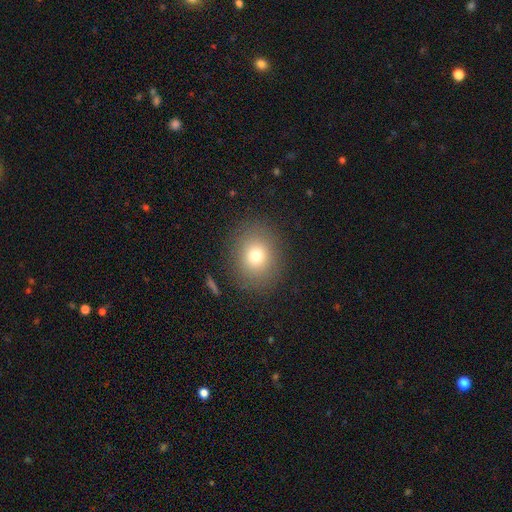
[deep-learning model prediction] Smooth or featured?
  - smooth: 76% *
  - star or artifact: 13%
  - featured or disk: 11%
How rounded?
  - round: 67% *
  - in between: 32%
  - cigar-shaped: 1%
Merging?
  - none: 86% *
  - minor disturbance: 8%
  - major disturbance: 4%
  - merger: 1%